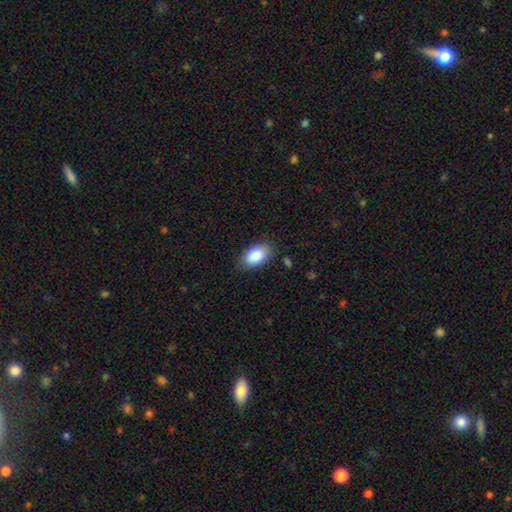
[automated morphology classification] A smooth galaxy with no disk features (87%) that is in between round and cigar-shaped (93%).

Vote fractions:
- Smooth or featured? smooth: 87% / star or artifact: 6% / featured or disk: 6%
- How rounded? in between: 93% / round: 5% / cigar-shaped: 2%
- Merging? none: 81% / minor disturbance: 14% / major disturbance: 3% / merger: 1%